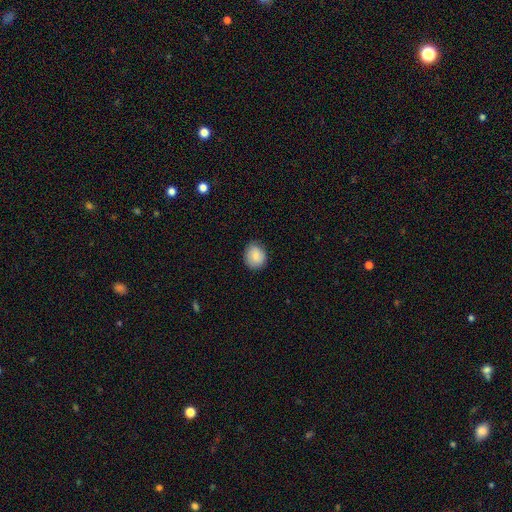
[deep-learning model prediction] Smooth or featured?
  - smooth: 81% *
  - featured or disk: 11%
  - star or artifact: 7%
How rounded?
  - round: 72% *
  - in between: 28%
  - cigar-shaped: 1%
Merging?
  - none: 79% *
  - minor disturbance: 17%
  - major disturbance: 3%
  - merger: 1%